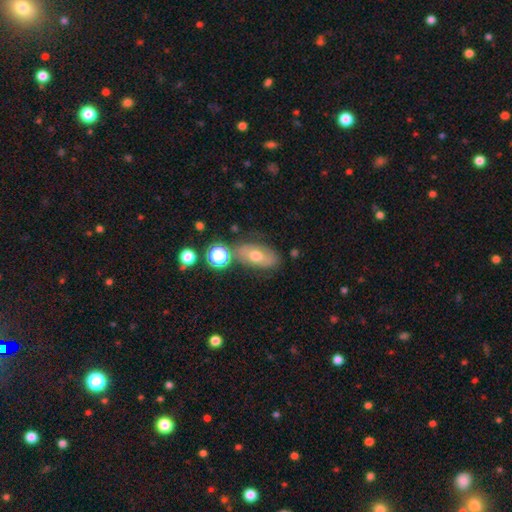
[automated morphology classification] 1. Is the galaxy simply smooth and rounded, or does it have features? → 59% smooth, 30% featured or disk, 12% star or artifact.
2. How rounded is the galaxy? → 83% in between, 11% round, 6% cigar-shaped.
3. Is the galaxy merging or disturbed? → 69% none, 17% minor disturbance, 8% merger, 6% major disturbance.